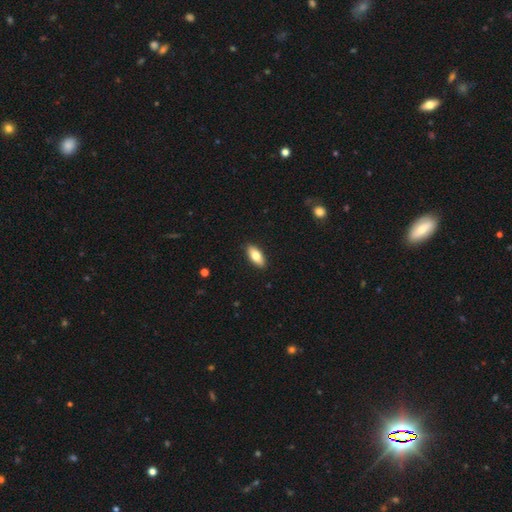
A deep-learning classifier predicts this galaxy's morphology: The model was most divided on "smooth or featured": smooth: 77%, featured or disk: 16%, star or artifact: 6%. More confident: merging — none (90%); how rounded — in between (84%).